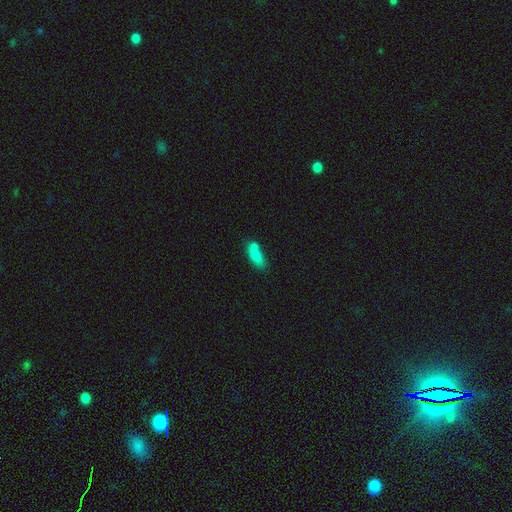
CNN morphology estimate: smooth-or-featured: smooth: 75% | featured or disk: 15% | star or artifact: 10%
  how-rounded: in between: 67% | cigar-shaped: 29% | round: 4%
  merging: merger: 39% | none: 37% | minor disturbance: 16% | major disturbance: 7%